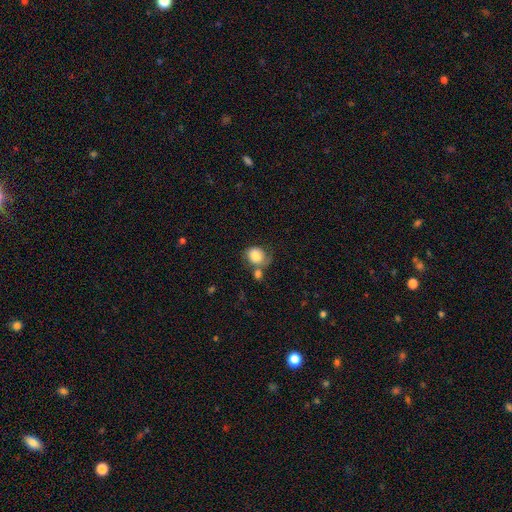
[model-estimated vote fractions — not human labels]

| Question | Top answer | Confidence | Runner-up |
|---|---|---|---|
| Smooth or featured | smooth | 78% | featured or disk (14%) |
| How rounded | round | 60% | in between (39%) |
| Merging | none | 42% | merger (27%) |